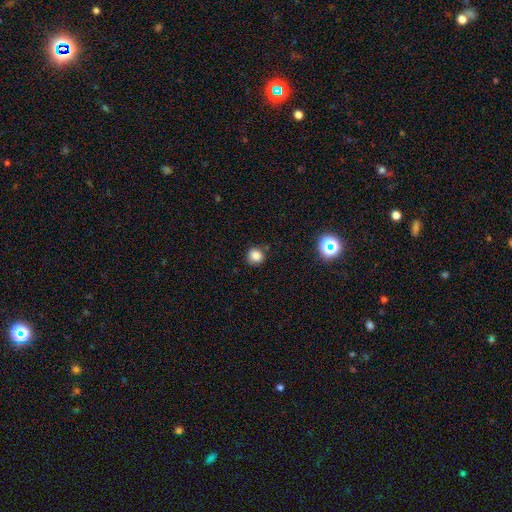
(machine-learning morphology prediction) Q: Smooth or featured?
A: smooth (82%); runner-up: star or artifact (13%)
Q: How rounded?
A: round (90%); runner-up: in between (9%)
Q: Merging?
A: none (85%); runner-up: minor disturbance (10%)